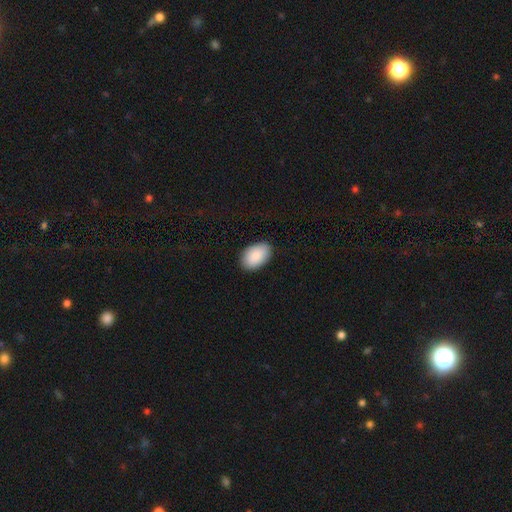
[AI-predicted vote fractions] Overall: smooth (90%). How rounded: in between (93%). Merging: none (88%).